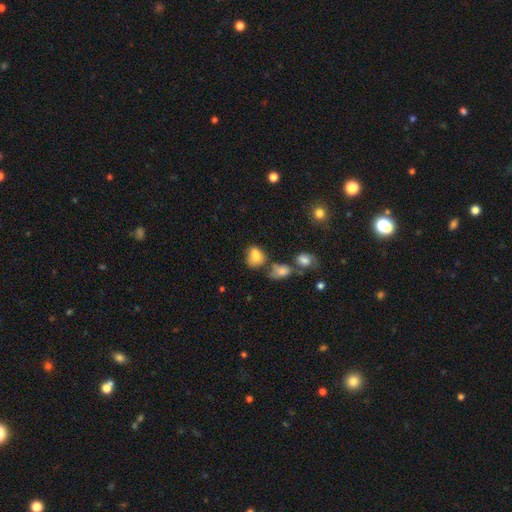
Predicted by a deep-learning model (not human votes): Smooth or featured? Predicted: smooth (p=0.77). How rounded? Predicted: in between (p=0.70). Merging? Predicted: none (p=0.42).